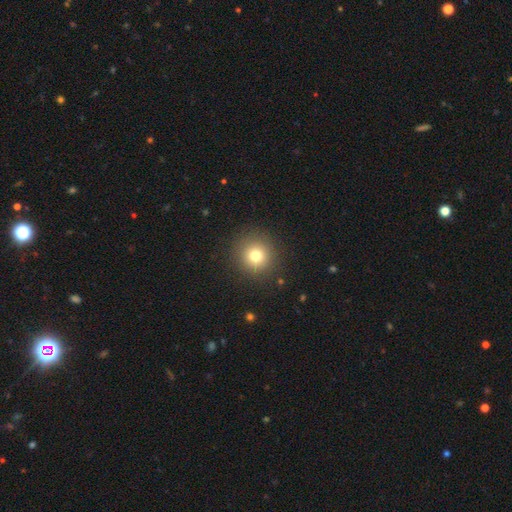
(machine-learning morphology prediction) Smooth or featured: smooth — 76% (star or artifact — 14%)
How rounded: round — 94% (in between — 5%)
Merging: none — 90% (minor disturbance — 6%)